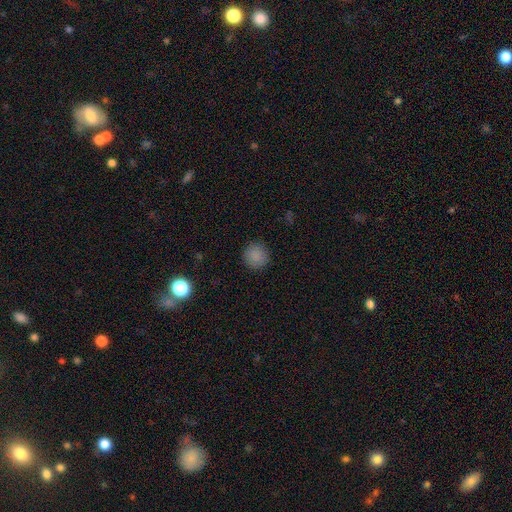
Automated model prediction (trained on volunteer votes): A smooth galaxy with no disk features (86%) that is round (94%). Merging: none (91%).